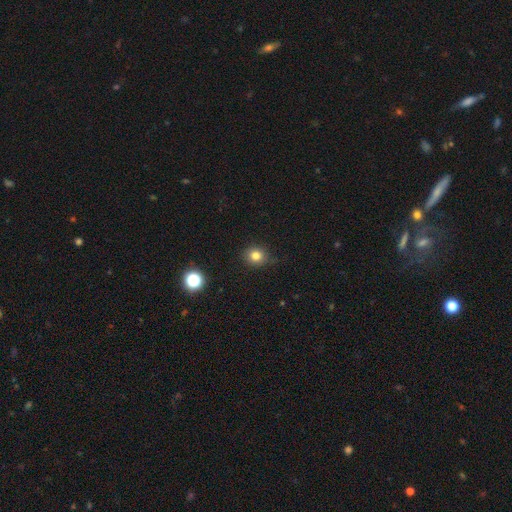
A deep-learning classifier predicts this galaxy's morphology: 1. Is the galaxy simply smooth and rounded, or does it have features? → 79% smooth, 14% star or artifact, 7% featured or disk.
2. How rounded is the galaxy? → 82% round, 17% in between, 1% cigar-shaped.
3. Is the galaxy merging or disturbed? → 82% none, 14% minor disturbance, 3% major disturbance, 1% merger.